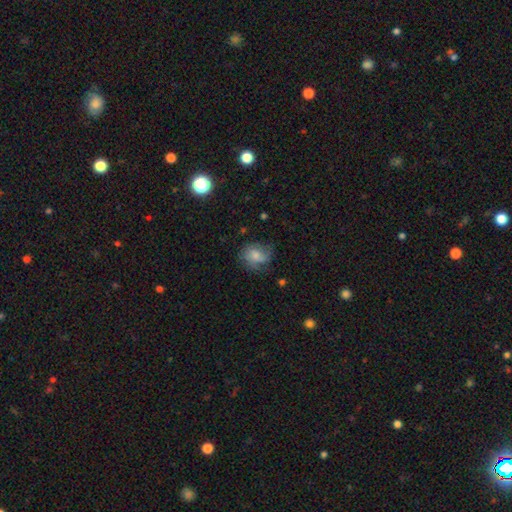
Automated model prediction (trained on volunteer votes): Q: Smooth or featured?
A: smooth (59%); runner-up: featured or disk (32%)
Q: How rounded?
A: round (58%); runner-up: in between (41%)
Q: Merging?
A: none (56%); runner-up: minor disturbance (27%)